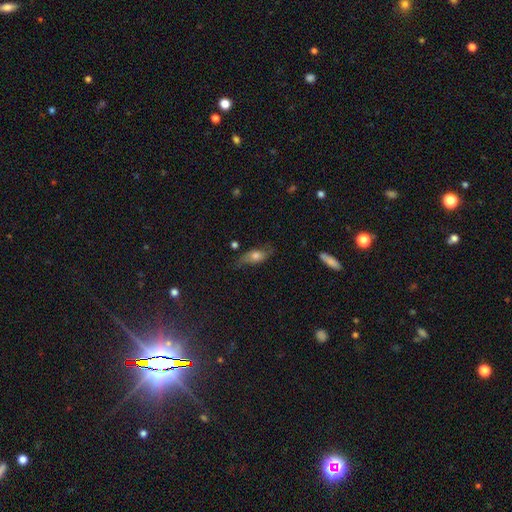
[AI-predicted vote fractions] Overall: smooth (59%; featured or disk 32%). How rounded: in between (78%). Merging: none (58%; minor disturbance 29%).